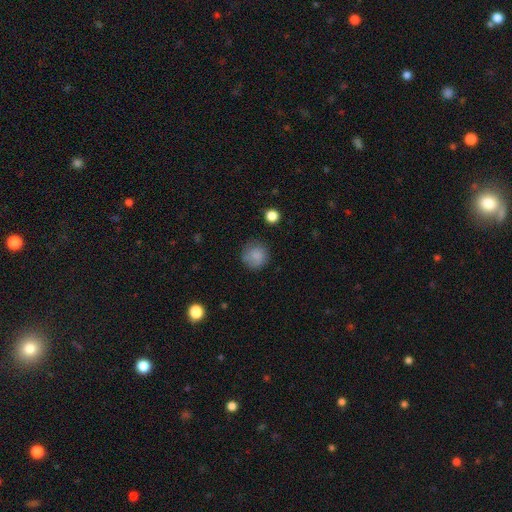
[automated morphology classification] type=smooth (83%); roundness=round (91%); merging=none (77%).